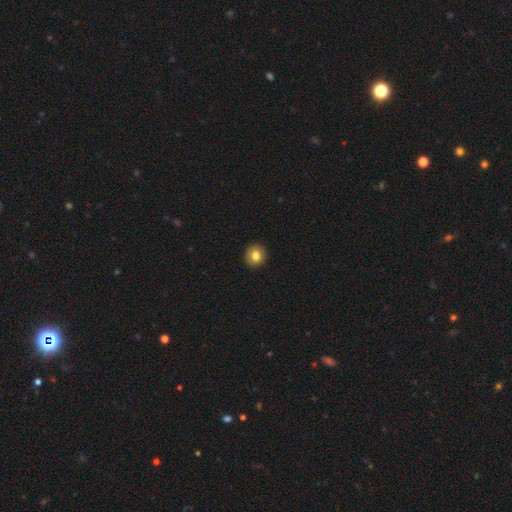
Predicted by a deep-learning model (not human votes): Overall: smooth (81%). How rounded: round (91%). Merging: none (92%).